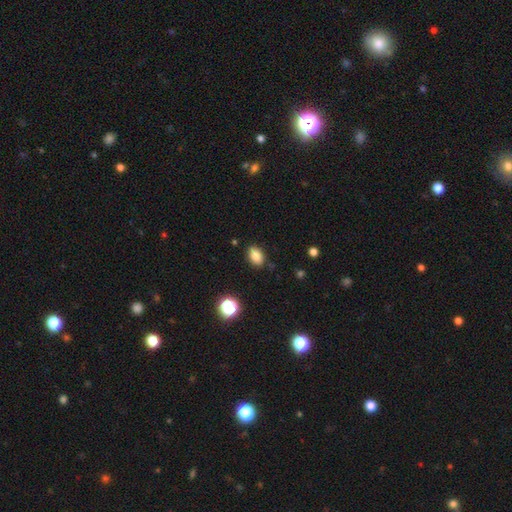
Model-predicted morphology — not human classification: This is clearly a smooth galaxy (84%). How rounded: clearly in between (84%). Merging: clearly none (86%).